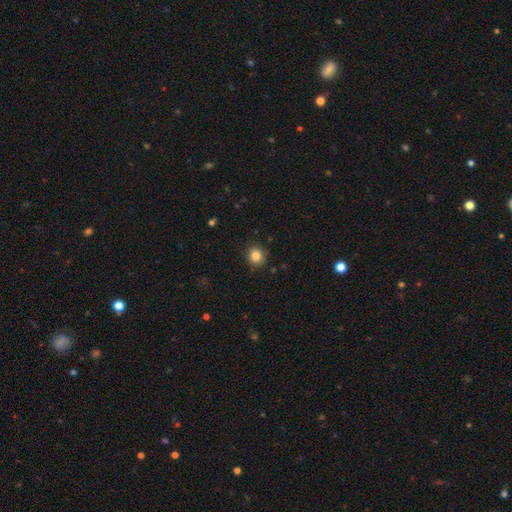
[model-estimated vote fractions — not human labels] The model was most divided on "how rounded": round: 85%, in between: 14%, cigar-shaped: 1%. More confident: merging — none (88%); smooth or featured — smooth (84%).